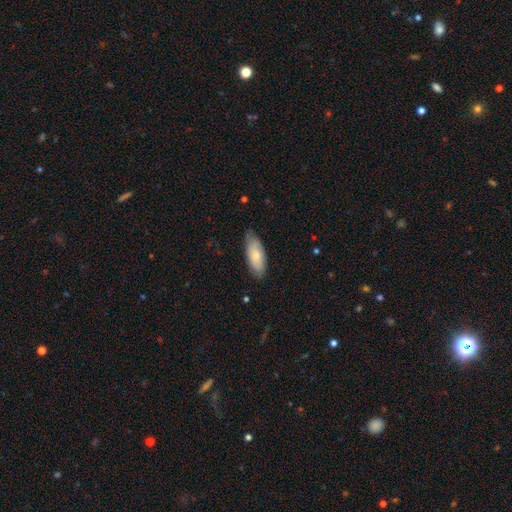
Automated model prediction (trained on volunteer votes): A smooth galaxy with no disk features (70%) that is in between round and cigar-shaped (83%).

Vote fractions:
- Smooth or featured? smooth: 70% / featured or disk: 24% / star or artifact: 6%
- How rounded? in between: 83% / cigar-shaped: 16% / round: 2%
- Merging? none: 74% / minor disturbance: 21% / major disturbance: 3% / merger: 1%